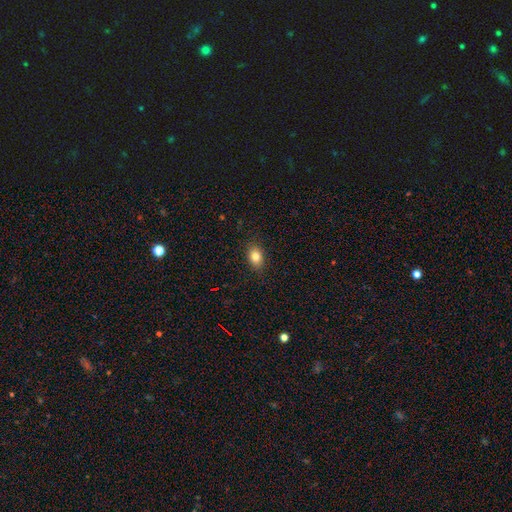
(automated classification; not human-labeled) Q: Smooth or featured?
A: smooth (82%); runner-up: star or artifact (10%)
Q: How rounded?
A: in between (76%); runner-up: round (22%)
Q: Merging?
A: none (88%); runner-up: minor disturbance (9%)